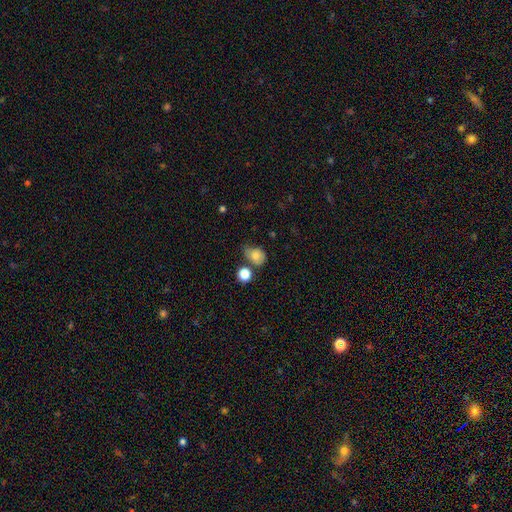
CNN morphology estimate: smooth 74%, featured or disk 15%, star or artifact 11%. Down the decision tree: how rounded — in between (55%); merging — none (40%).